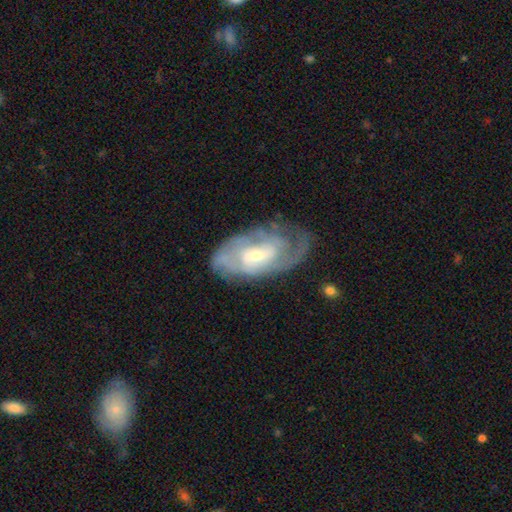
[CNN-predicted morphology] type=featured or disk (79%); edge-on=no (95%); bar=weak (43%, tied with no); spiral arms=yes (85%); winding=tight (52%); arm count=can't tell (44%); bulge=small (59%); merging=none (61%).